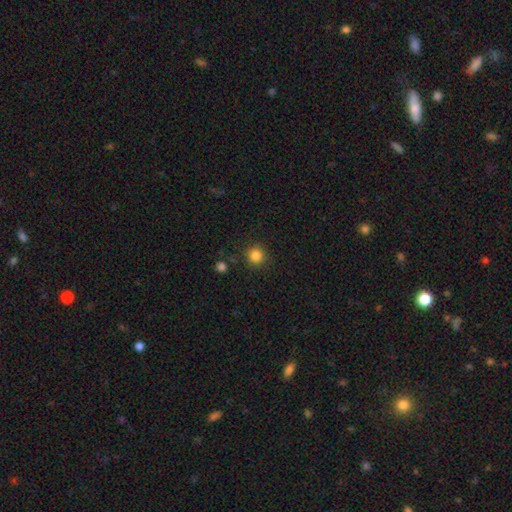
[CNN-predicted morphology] Smooth or featured?
  - smooth: 84% *
  - star or artifact: 12%
  - featured or disk: 4%
How rounded?
  - round: 95% *
  - in between: 4%
  - cigar-shaped: 1%
Merging?
  - none: 89% *
  - minor disturbance: 7%
  - major disturbance: 2%
  - merger: 2%